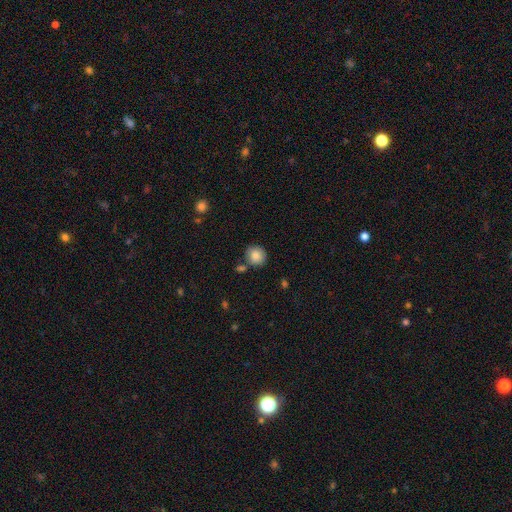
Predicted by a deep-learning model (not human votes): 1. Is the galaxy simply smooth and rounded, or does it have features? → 86% smooth, 8% star or artifact, 6% featured or disk.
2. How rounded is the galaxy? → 88% round, 11% in between, 1% cigar-shaped.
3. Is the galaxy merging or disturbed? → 76% none, 12% minor disturbance, 9% merger, 3% major disturbance.